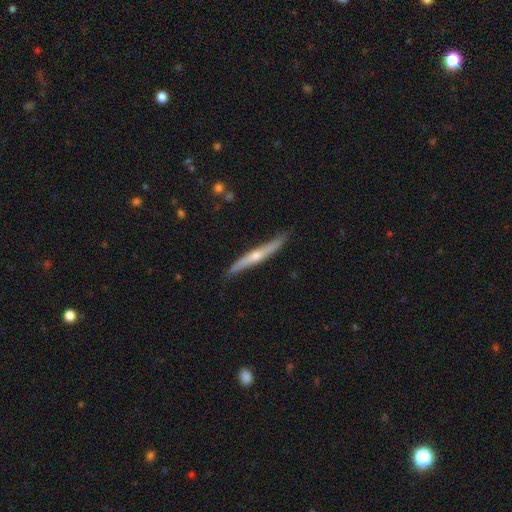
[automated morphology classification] Q: Smooth or featured?
A: featured or disk (69%); runner-up: smooth (25%)
Q: Edge-on disk?
A: yes (93%); runner-up: no (7%)
Q: Edge-on bulge?
A: rounded (82%); runner-up: none (15%)
Q: Merging?
A: none (82%); runner-up: minor disturbance (14%)